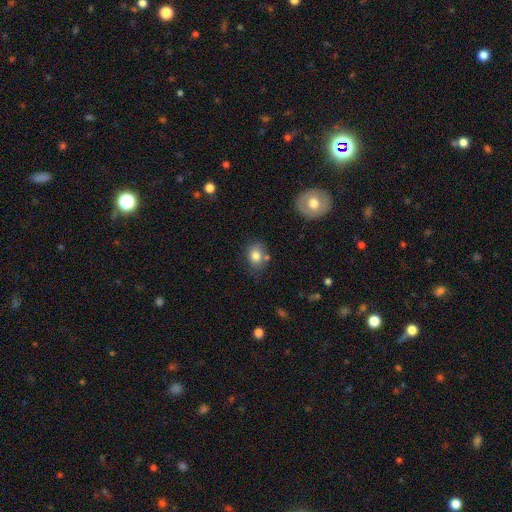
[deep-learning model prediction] A smooth galaxy with no disk features (80%) that is in between round and cigar-shaped (55%). Merging: none (65%).